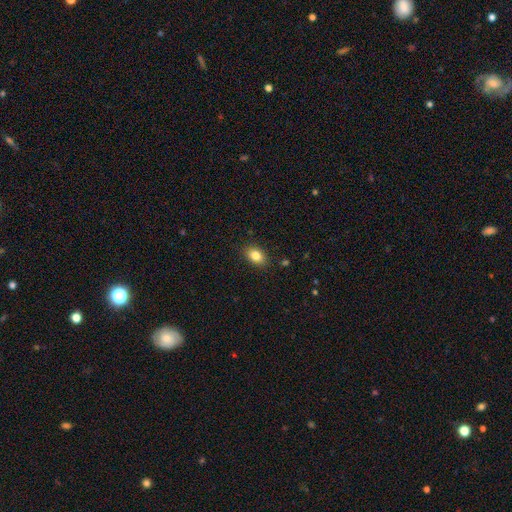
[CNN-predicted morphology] Smooth or featured: smooth — 84% (star or artifact — 9%)
How rounded: in between — 79% (round — 20%)
Merging: none — 88% (minor disturbance — 8%)